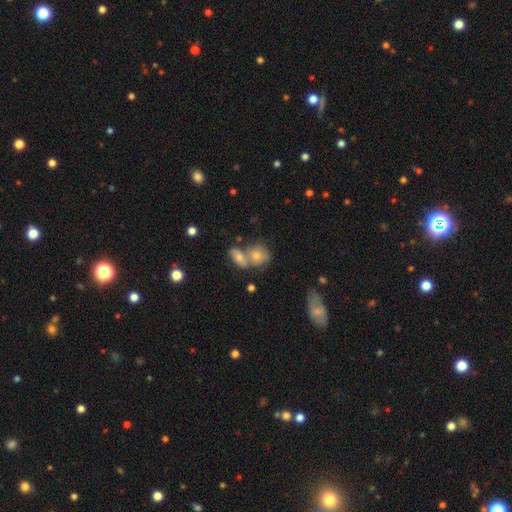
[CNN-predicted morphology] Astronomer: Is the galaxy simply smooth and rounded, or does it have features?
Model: smooth — 51% (runner-up: featured or disk, 30%).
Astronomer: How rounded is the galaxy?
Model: round — 54% (runner-up: in between, 42%).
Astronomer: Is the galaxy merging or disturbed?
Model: merger — 52% (runner-up: none, 34%).